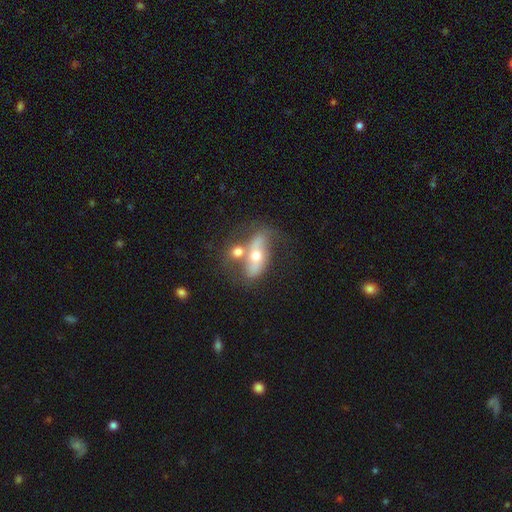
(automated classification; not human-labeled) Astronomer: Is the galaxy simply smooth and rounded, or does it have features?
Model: featured or disk — 58% (runner-up: smooth, 34%).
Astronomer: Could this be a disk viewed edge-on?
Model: no — 81%.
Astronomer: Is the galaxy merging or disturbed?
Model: merger — 39% (runner-up: none, 35%).